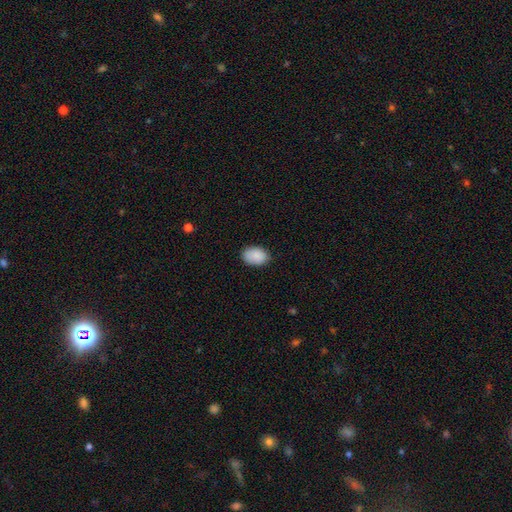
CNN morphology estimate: Smooth or featured?
  - smooth: 90% *
  - star or artifact: 7%
  - featured or disk: 4%
How rounded?
  - in between: 84% *
  - round: 15%
  - cigar-shaped: 1%
Merging?
  - none: 85% *
  - minor disturbance: 12%
  - major disturbance: 2%
  - merger: 1%